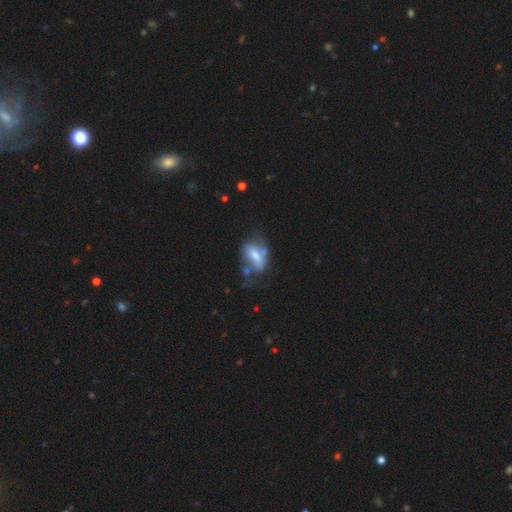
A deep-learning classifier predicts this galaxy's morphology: Overall: smooth (50%; featured or disk 42%). Merging: none (37%; minor disturbance 27%).